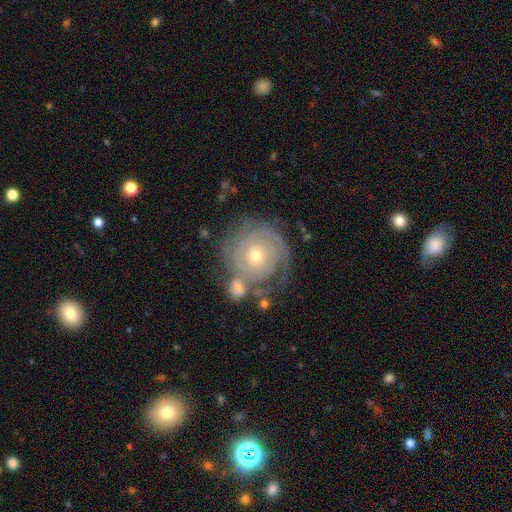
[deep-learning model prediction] Smooth or featured? featured or disk (79%)
Edge-on disk? no (97%)
Bar? no (83%)
Spiral arms? yes (92%)
Spiral winding? tight (84%)
Spiral arm count? can't tell (42%)
Bulge size? small (50%)
Merging? none (65%)